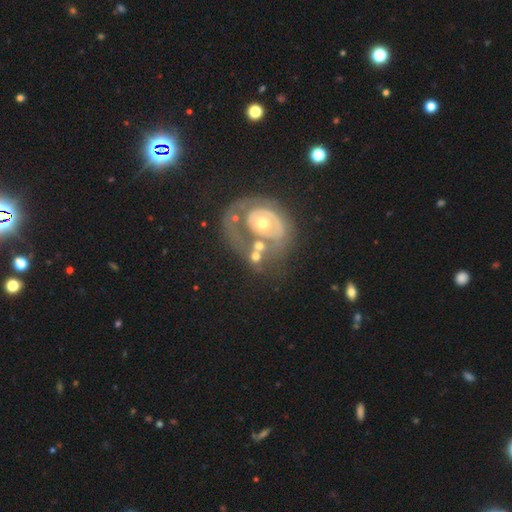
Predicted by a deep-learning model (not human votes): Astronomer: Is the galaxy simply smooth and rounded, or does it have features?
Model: featured or disk — 64%.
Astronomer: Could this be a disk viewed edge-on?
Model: no — 96%.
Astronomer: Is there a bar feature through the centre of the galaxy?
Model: no — 88%.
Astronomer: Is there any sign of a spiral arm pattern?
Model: no — 69%.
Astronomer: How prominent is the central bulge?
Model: moderate — 64%.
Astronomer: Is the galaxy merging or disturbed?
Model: none — 34% (runner-up: merger, 27%).